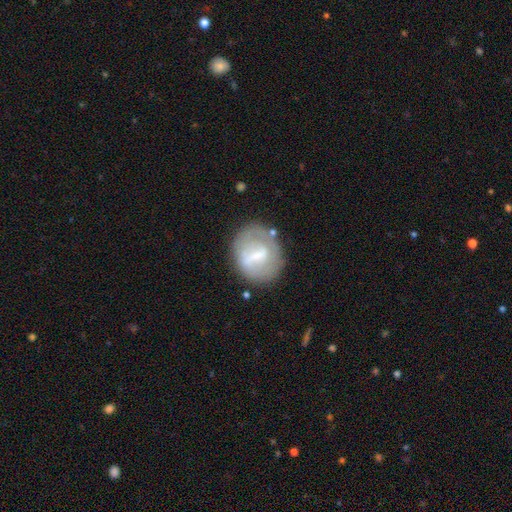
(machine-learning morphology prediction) Overall: featured or disk (51%; smooth 40%). Edge-on disk: no (94%). Merging: none (65%).